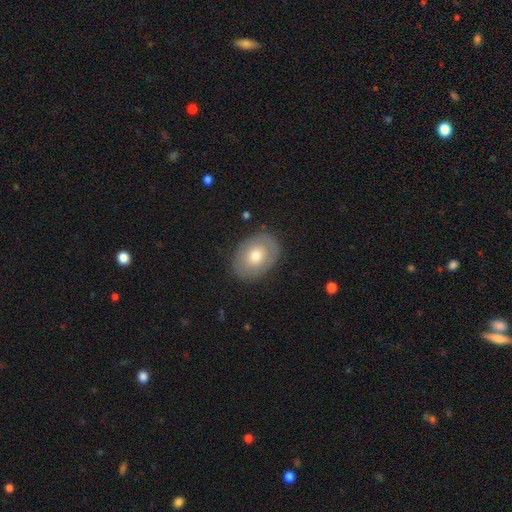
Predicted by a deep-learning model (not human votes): smooth_or_featured: smooth (p=0.61) [alt: featured or disk p=0.32]
how_rounded: in between (p=0.72) [alt: round p=0.27]
merging: none (p=0.84) [alt: minor disturbance p=0.11]